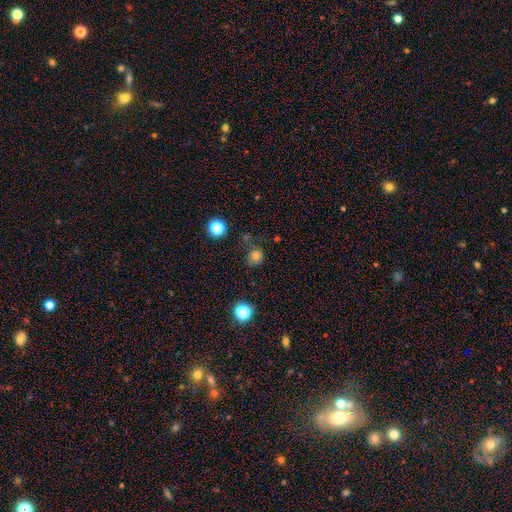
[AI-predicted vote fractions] Smooth or featured: smooth — 75% (star or artifact — 17%)
How rounded: round — 81% (in between — 18%)
Merging: none — 65% (minor disturbance — 20%)